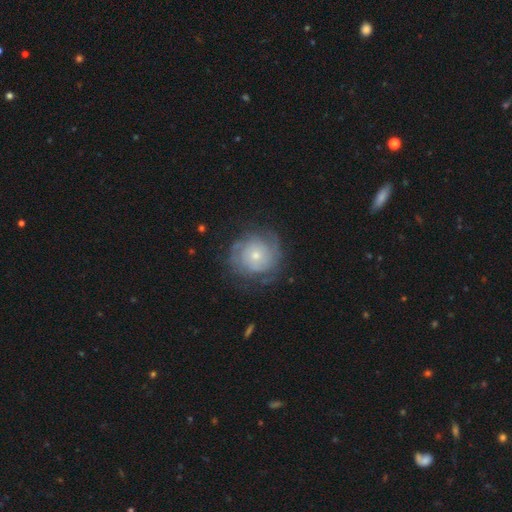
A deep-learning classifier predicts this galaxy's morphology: smooth-or-featured: featured or disk: 66% | smooth: 27% | star or artifact: 7%
  disk-edge-on: no: 97% | yes: 3%
    bar: no: 83% | weak: 14% | strong: 2%
    has-spiral-arms: yes: 82% | no: 18%
      spiral-winding: tight: 67% | medium: 24% | loose: 9%
      spiral-arm-count: can't tell: 50% | 2: 21% | 3: 13% | 4: 7% | 1: 5% | more than 4: 5%
    bulge-size: small: 59% | moderate: 35% | large: 3% | none: 1% | dominant: 1%
  merging: none: 70% | minor disturbance: 19% | major disturbance: 10% | merger: 1%